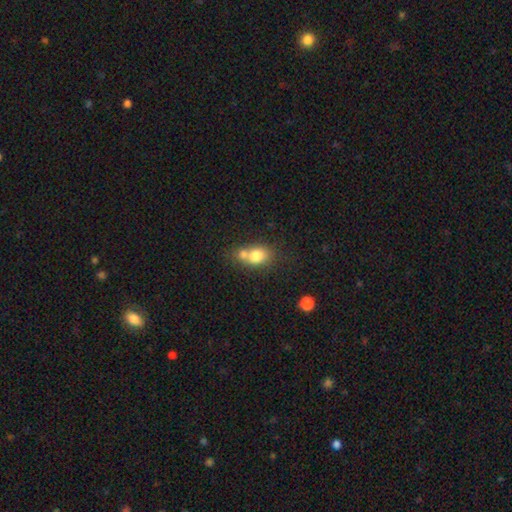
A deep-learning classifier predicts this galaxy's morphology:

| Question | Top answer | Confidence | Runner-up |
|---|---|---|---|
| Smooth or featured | smooth | 75% | featured or disk (15%) |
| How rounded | in between | 54% | round (44%) |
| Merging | merger | 54% | none (32%) |